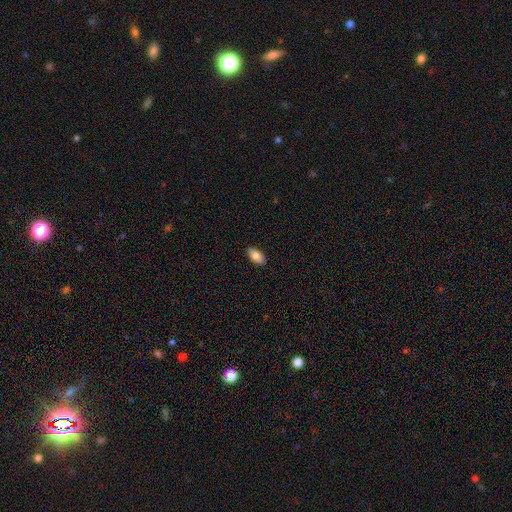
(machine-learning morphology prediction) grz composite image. It shows a smooth galaxy with no disk features (85%) that is in between round and cigar-shaped (93%). Merging: none (89%).